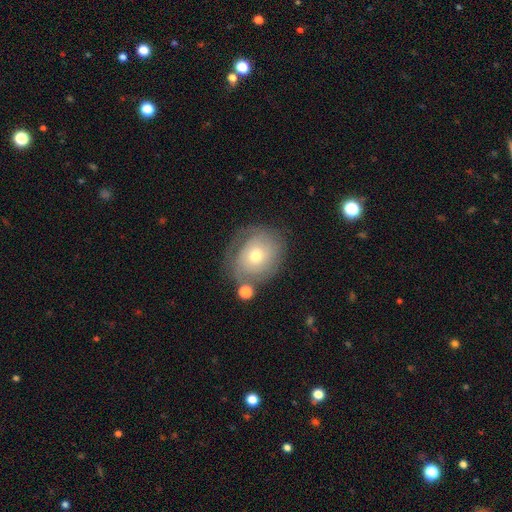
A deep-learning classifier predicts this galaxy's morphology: A featured or disk galaxy (52%) with no bar (82%), spiral arms (72%) and a moderate central bulge (62%).

Vote fractions:
- Smooth or featured? featured or disk: 52% / smooth: 39% / star or artifact: 9%
- Edge-on disk? no: 95% / yes: 5%
- Bar? no: 82% / weak: 15% / strong: 3%
- Spiral arms? yes: 72% / no: 28%
- Bulge size? moderate: 62% / small: 31% / large: 5% / dominant: 1% / none: 1%
- Merging? none: 63% / minor disturbance: 20% / major disturbance: 10% / merger: 7%